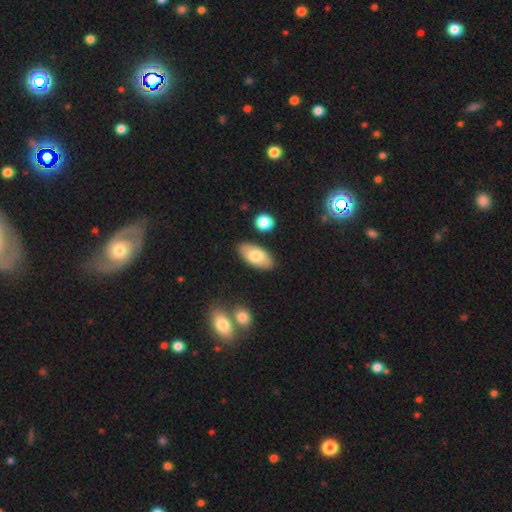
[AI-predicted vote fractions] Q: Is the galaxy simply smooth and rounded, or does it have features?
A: smooth — 76%.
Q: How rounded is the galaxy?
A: in between — 92%.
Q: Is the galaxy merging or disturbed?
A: none — 85%.